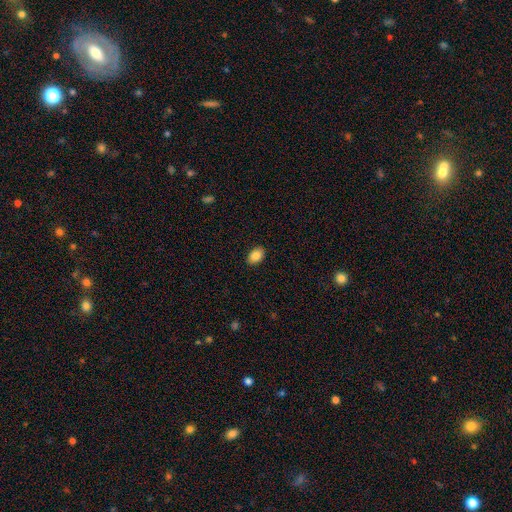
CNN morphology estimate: Q: Smooth or featured?
A: smooth (86%); runner-up: star or artifact (8%)
Q: How rounded?
A: in between (85%); runner-up: round (13%)
Q: Merging?
A: none (90%); runner-up: minor disturbance (7%)